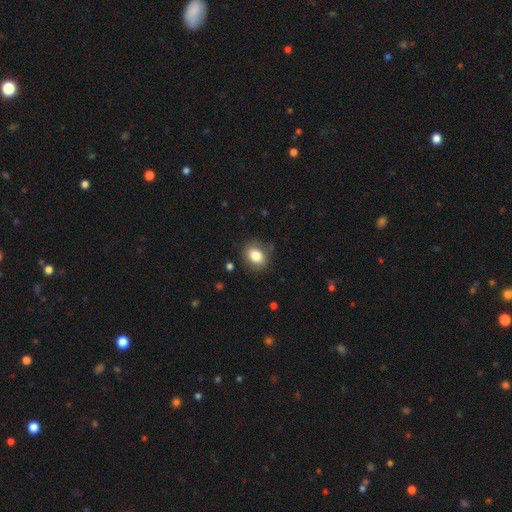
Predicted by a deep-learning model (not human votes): Smooth or featured? smooth (82%)
How rounded? in between (53%)
Merging? none (83%)